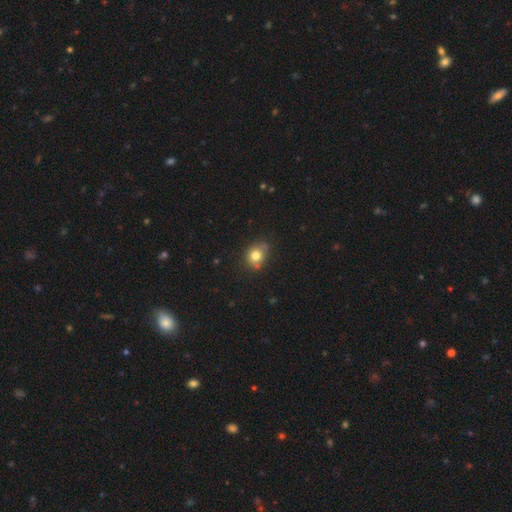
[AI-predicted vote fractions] Smooth or featured? Predicted: smooth (p=0.78). How rounded? Predicted: round (p=0.62). Merging? Predicted: none (p=0.63).